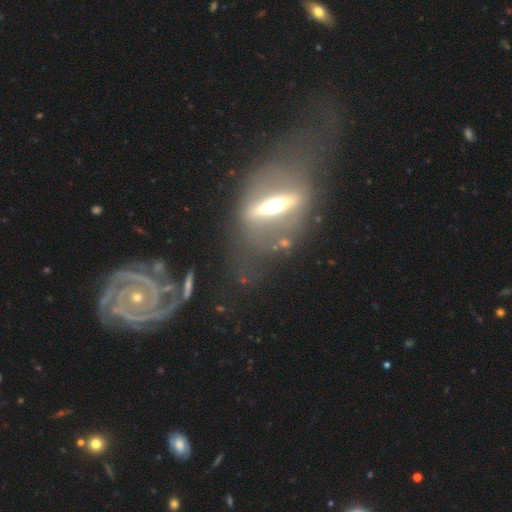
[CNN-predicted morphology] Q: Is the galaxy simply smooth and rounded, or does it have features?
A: featured or disk — 83%.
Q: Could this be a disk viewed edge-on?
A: no — 71%.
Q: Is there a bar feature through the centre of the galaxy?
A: strong — 71%.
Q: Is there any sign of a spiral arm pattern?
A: yes — 70%.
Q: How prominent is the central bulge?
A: moderate — 46%.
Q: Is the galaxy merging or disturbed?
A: none — 48%.